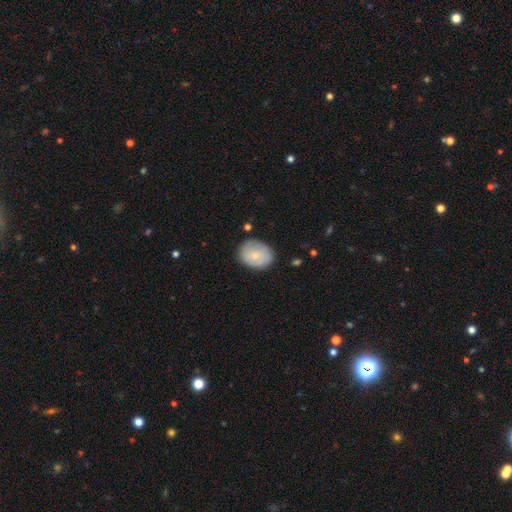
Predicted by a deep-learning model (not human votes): Q: Smooth or featured?
A: smooth (71%); runner-up: featured or disk (23%)
Q: How rounded?
A: in between (55%); runner-up: round (44%)
Q: Merging?
A: none (77%); runner-up: minor disturbance (17%)